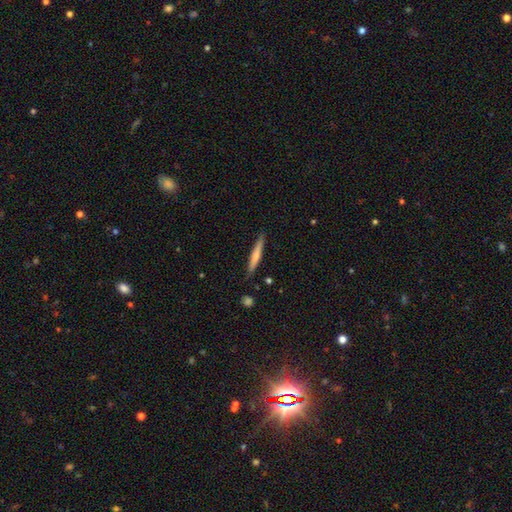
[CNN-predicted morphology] A smooth galaxy with no disk features (57%) that is cigar-shaped (95%). Merging: none (87%).